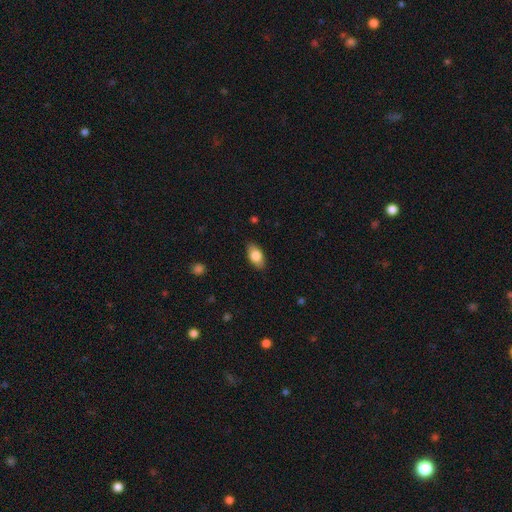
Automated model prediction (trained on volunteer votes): Smooth or featured? Predicted: smooth (p=0.80). How rounded? Predicted: in between (p=0.91). Merging? Predicted: none (p=0.86).